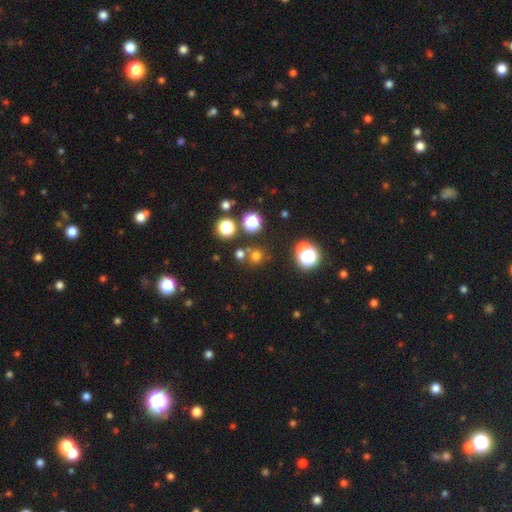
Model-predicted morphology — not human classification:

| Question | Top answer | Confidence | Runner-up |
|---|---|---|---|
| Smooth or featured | smooth | 63% | star or artifact (29%) |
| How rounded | round | 89% | in between (10%) |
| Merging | none | 74% | merger (14%) |